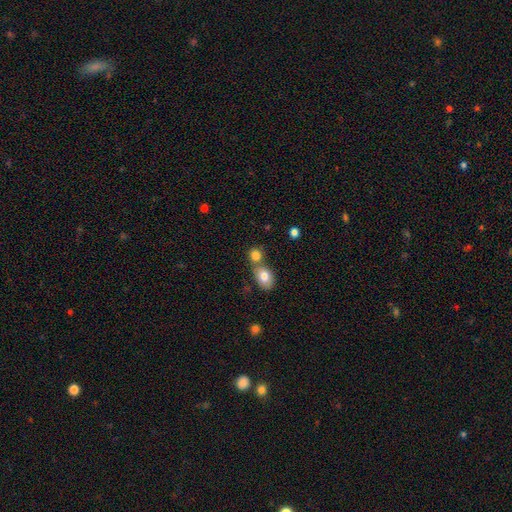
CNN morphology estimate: Smooth or featured? Predicted: smooth (p=0.81). How rounded? Predicted: round (p=0.71). Merging? Predicted: none (p=0.46).